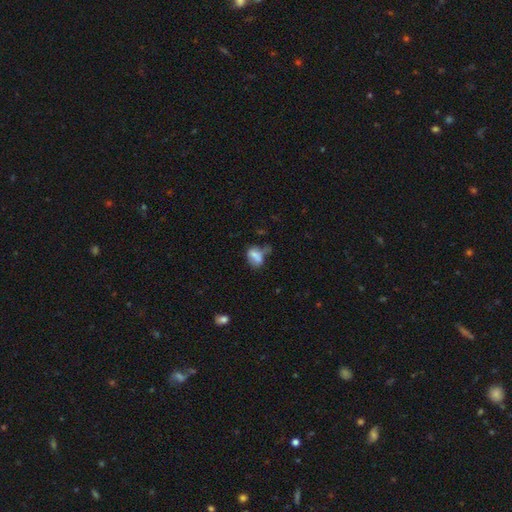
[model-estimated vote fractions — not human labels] Q: Smooth or featured?
A: smooth (66%); runner-up: featured or disk (22%)
Q: How rounded?
A: in between (77%); runner-up: round (20%)
Q: Merging?
A: none (36%); runner-up: minor disturbance (27%)